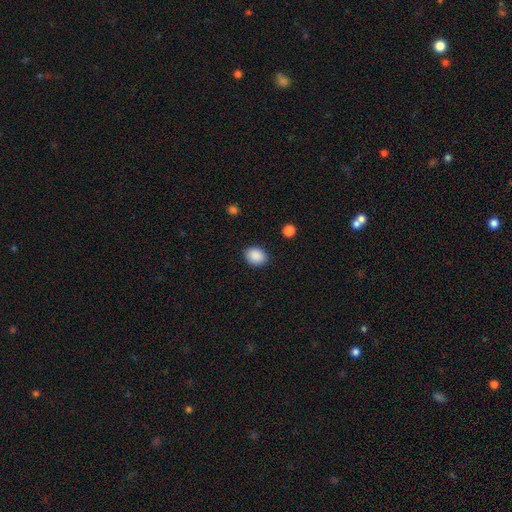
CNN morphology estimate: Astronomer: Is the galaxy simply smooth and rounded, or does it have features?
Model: smooth — 89%.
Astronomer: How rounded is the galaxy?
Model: in between — 61% (runner-up: round, 38%).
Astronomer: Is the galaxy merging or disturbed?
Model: none — 88%.